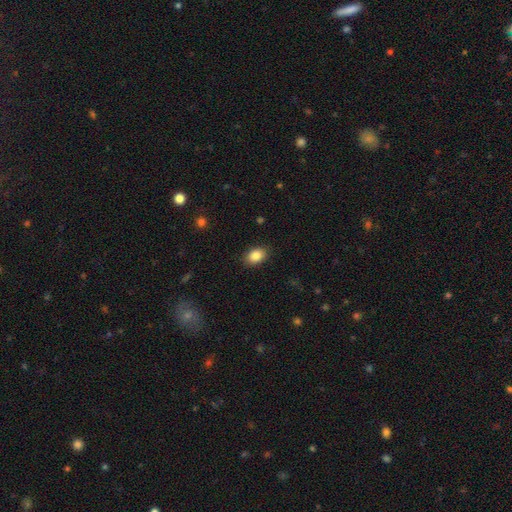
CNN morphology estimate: Smooth or featured: smooth — 87% (star or artifact — 8%)
How rounded: in between — 81% (round — 18%)
Merging: none — 88% (minor disturbance — 9%)